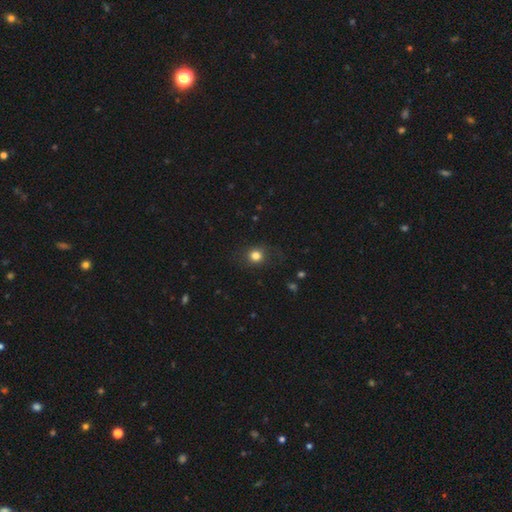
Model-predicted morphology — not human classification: type=smooth (80%); roundness=round (81%); merging=none (79%).